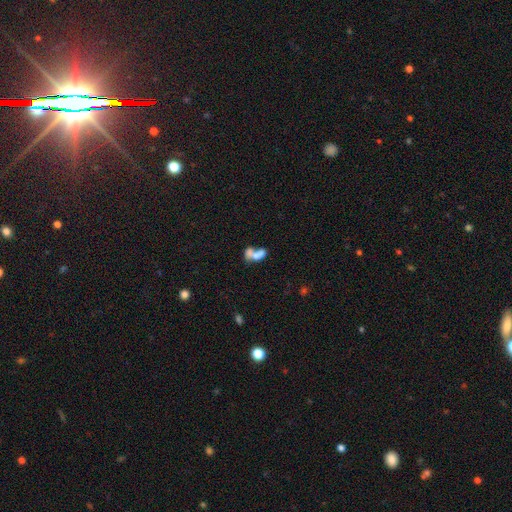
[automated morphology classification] The model was most divided on "smooth or featured": smooth: 65%, featured or disk: 25%, star or artifact: 11%. More confident: how rounded — in between (80%); merging — merger (68%).